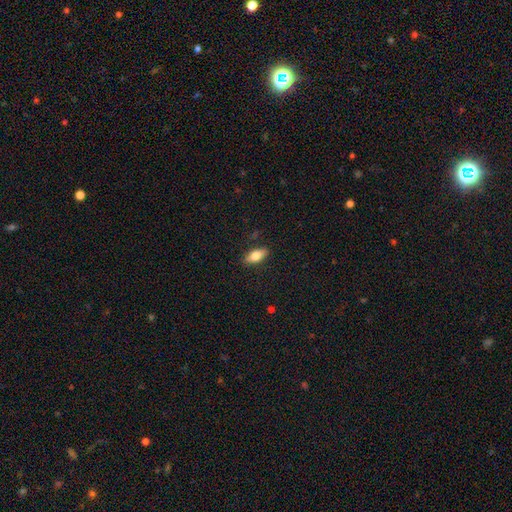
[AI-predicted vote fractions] Smooth or featured? Predicted: smooth (p=0.76). How rounded? Predicted: in between (p=0.83). Merging? Predicted: none (p=0.87).